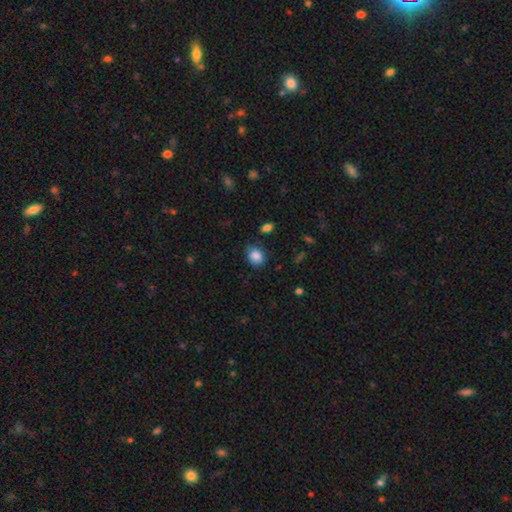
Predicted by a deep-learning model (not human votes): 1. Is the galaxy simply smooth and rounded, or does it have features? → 86% smooth, 9% star or artifact, 5% featured or disk.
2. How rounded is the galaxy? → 52% round, 47% in between, 1% cigar-shaped.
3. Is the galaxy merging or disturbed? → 76% none, 18% minor disturbance, 4% major disturbance, 2% merger.